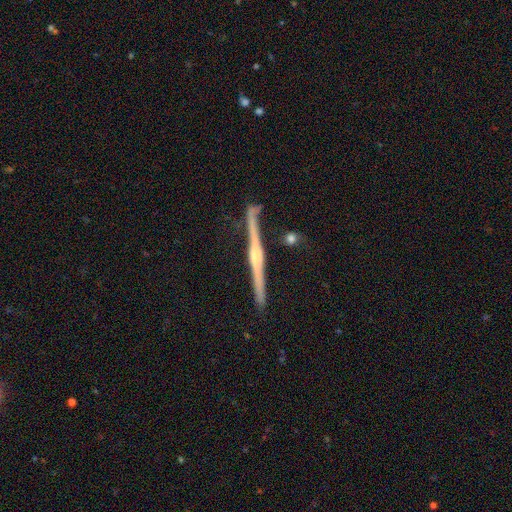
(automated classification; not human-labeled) Q: Smooth or featured?
A: featured or disk (84%); runner-up: smooth (11%)
Q: Edge-on disk?
A: yes (98%); runner-up: no (2%)
Q: Edge-on bulge?
A: rounded (74%); runner-up: none (15%)
Q: Merging?
A: none (84%); runner-up: minor disturbance (10%)